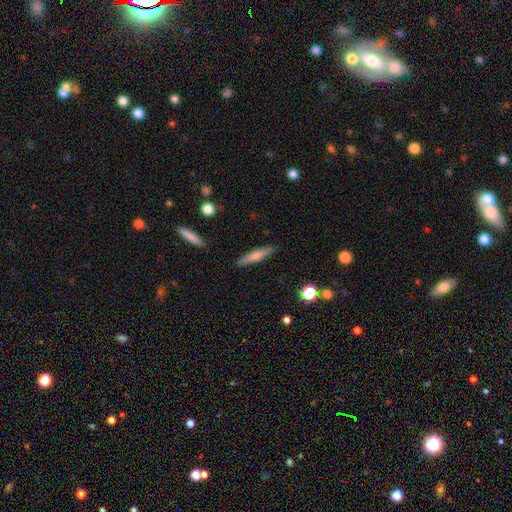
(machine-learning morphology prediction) A smooth galaxy with no disk features (69%) that is cigar-shaped (88%).

Vote fractions:
- Smooth or featured? smooth: 69% / featured or disk: 25% / star or artifact: 7%
- How rounded? cigar-shaped: 88% / in between: 11% / round: 2%
- Merging? none: 89% / minor disturbance: 8% / major disturbance: 2% / merger: 1%